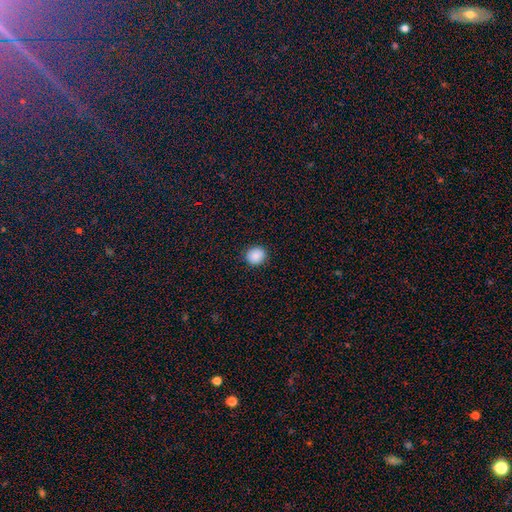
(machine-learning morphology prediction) smooth-or-featured: smooth: 88% | star or artifact: 9% | featured or disk: 3%
  how-rounded: round: 87% | in between: 12% | cigar-shaped: 1%
  merging: none: 91% | minor disturbance: 6% | major disturbance: 2% | merger: 1%